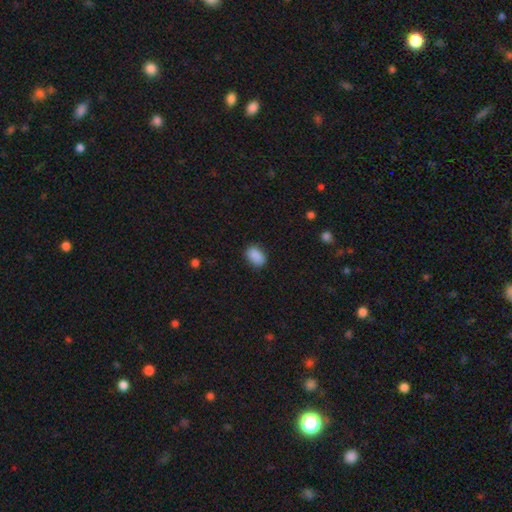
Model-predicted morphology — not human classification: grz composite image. It shows a smooth galaxy with no disk features (89%) that is in between round and cigar-shaped (84%). Merging: none (82%).